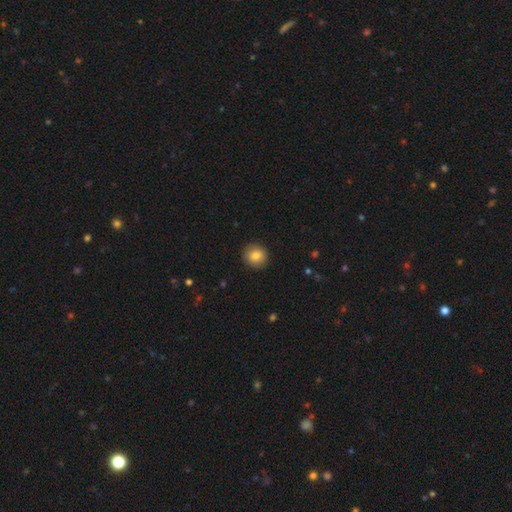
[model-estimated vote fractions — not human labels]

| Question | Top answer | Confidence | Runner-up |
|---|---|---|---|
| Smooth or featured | smooth | 83% | star or artifact (9%) |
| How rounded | round | 87% | in between (12%) |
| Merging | none | 90% | minor disturbance (7%) |